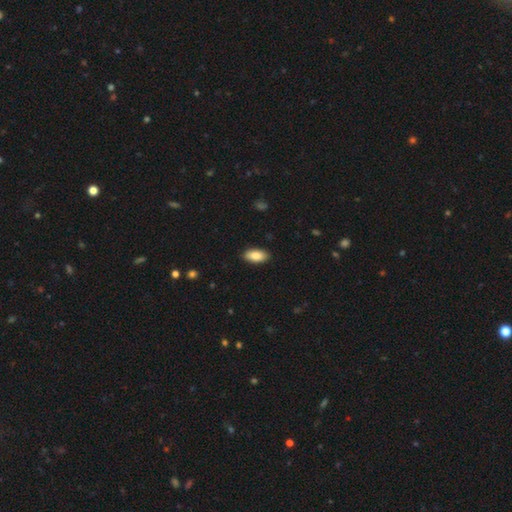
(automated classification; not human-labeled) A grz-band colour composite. It shows a smooth galaxy with no disk features (88%) that is in between round and cigar-shaped (92%). Merging: none (89%).